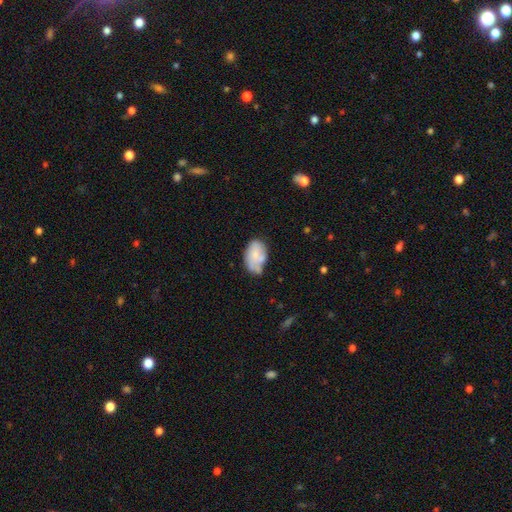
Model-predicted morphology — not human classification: Smooth or featured?
  - smooth: 62% *
  - featured or disk: 31%
  - star or artifact: 7%
How rounded?
  - in between: 90% *
  - round: 9%
  - cigar-shaped: 1%
Merging?
  - none: 39% *
  - minor disturbance: 34%
  - merger: 15%
  - major disturbance: 13%